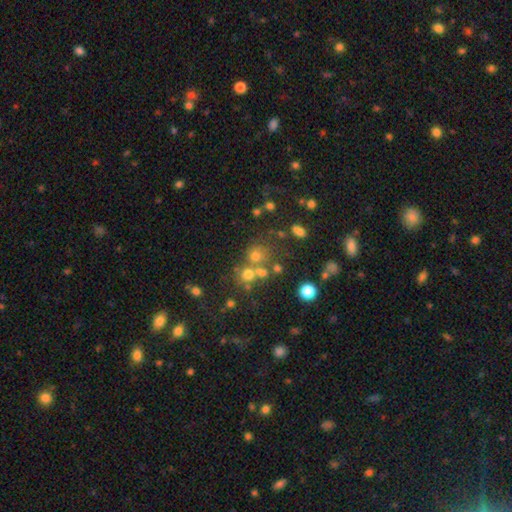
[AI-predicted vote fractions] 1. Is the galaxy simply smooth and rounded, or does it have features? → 63% smooth, 23% star or artifact, 15% featured or disk.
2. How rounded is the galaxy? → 83% round, 16% in between, 1% cigar-shaped.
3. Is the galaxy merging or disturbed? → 52% none, 31% merger, 10% minor disturbance, 6% major disturbance.